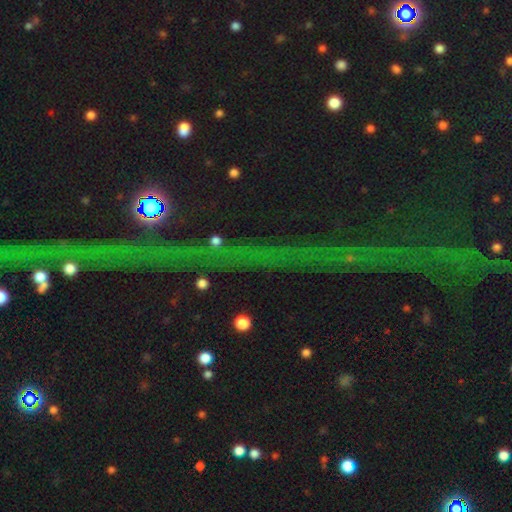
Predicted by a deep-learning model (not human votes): smooth_or_featured: star or artifact (p=0.69) [alt: featured or disk p=0.16]